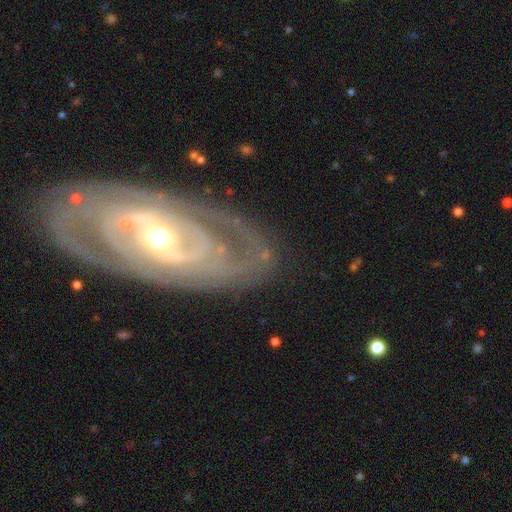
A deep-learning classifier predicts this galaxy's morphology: smooth_or_featured: featured or disk (p=0.81) [alt: smooth p=0.13]
disk_edge_on: no (p=0.92) [alt: yes p=0.08]
bar: no (p=0.59) [alt: weak p=0.25]
has_spiral_arms: yes (p=0.73) [alt: no p=0.27]
spiral_winding: tight (p=0.59) [alt: medium p=0.29]
spiral_arm_count: 2 (p=0.39) [alt: can't tell p=0.35]
bulge_size: moderate (p=0.65) [alt: small p=0.24]
merging: none (p=0.70) [alt: minor disturbance p=0.16]